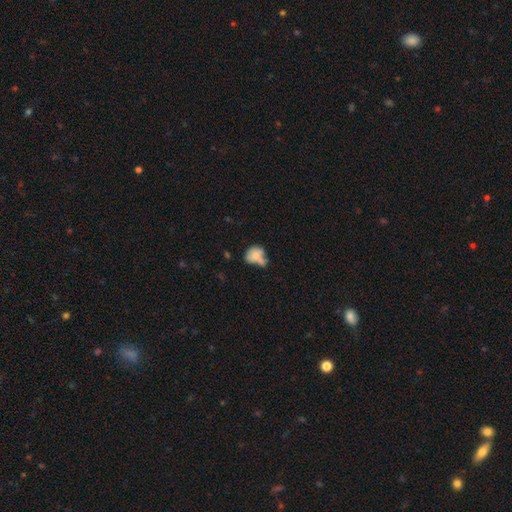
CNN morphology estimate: smooth_or_featured: smooth (p=0.68) [alt: featured or disk p=0.22]
how_rounded: in between (p=0.53) [alt: round p=0.46]
merging: merger (p=0.33) [alt: none p=0.29]